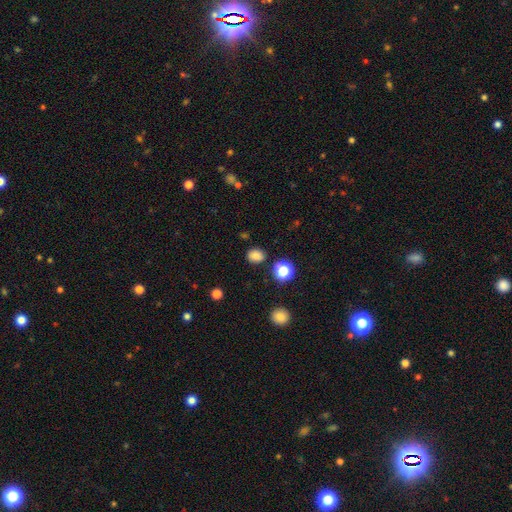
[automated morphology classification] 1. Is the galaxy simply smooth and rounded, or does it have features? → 80% smooth, 15% star or artifact, 5% featured or disk.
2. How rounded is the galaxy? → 61% round, 38% in between, 1% cigar-shaped.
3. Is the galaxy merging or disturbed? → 84% none, 10% minor disturbance, 3% merger, 3% major disturbance.